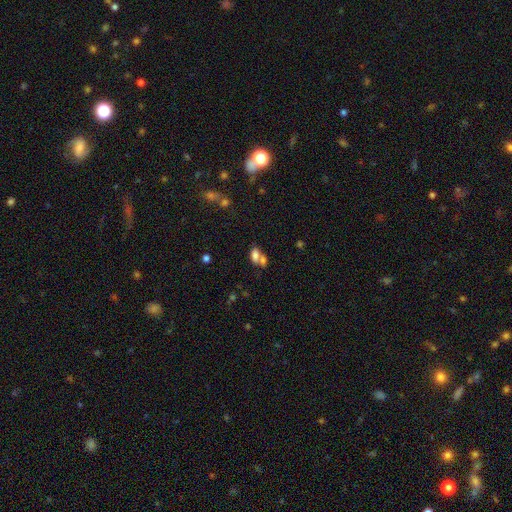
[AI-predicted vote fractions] This appears to be a smooth galaxy with no disk features (75%) that is in between round and cigar-shaped (87%). Merging: merger (55%).